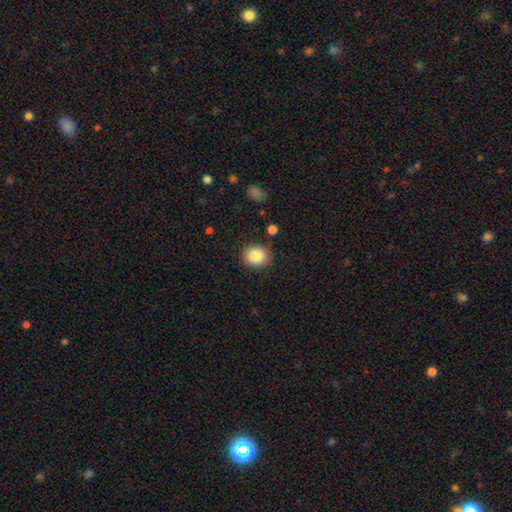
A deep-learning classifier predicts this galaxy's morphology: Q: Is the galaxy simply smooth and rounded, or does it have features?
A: smooth — 86%.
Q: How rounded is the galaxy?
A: round — 73%.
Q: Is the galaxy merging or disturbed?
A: none — 84%.